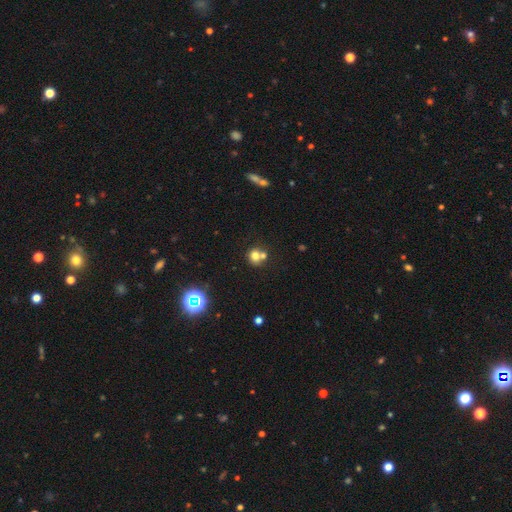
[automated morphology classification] This appears to be a smooth galaxy with no disk features (72%) that is round (82%). Merging: none (45%).